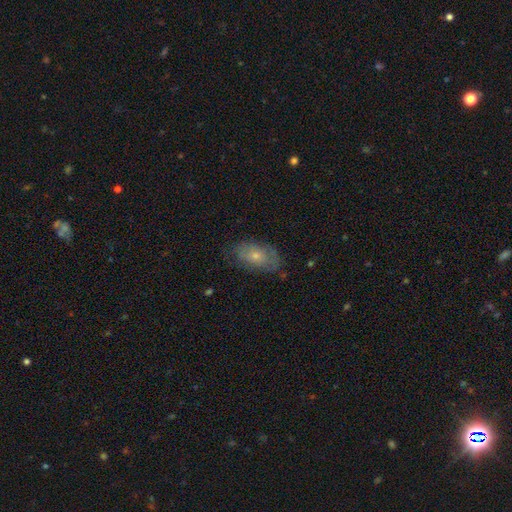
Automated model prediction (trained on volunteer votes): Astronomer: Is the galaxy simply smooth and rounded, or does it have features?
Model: smooth — 49% (runner-up: featured or disk, 41%).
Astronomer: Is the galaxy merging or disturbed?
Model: none — 73%.